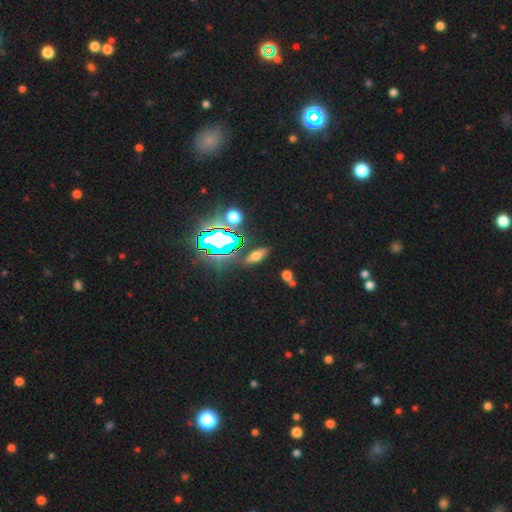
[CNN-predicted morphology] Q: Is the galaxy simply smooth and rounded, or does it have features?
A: smooth — 50%.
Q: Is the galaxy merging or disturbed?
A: none — 79%.